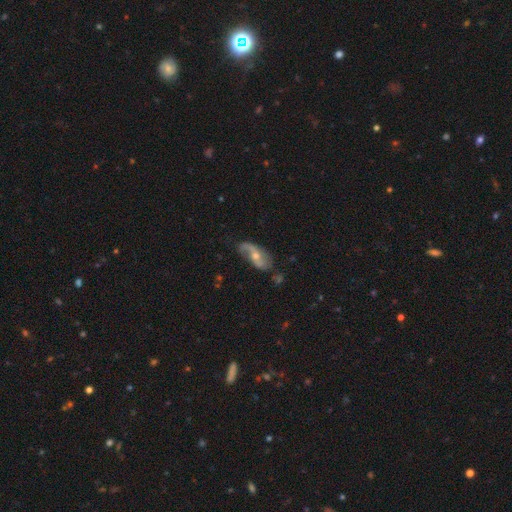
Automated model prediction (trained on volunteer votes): A featured or disk galaxy (76%) with no bar (51%), 2 (84%) loose (72%) spiral arms (89%) and a moderate central bulge (56%).

Vote fractions:
- Smooth or featured? featured or disk: 76% / smooth: 18% / star or artifact: 6%
- Edge-on disk? no: 93% / yes: 7%
- Bar? no: 51% / weak: 34% / strong: 15%
- Spiral arms? yes: 89% / no: 11%
- Spiral winding? loose: 72% / medium: 21% / tight: 7%
- Spiral arm count? 2: 84% / 1: 9% / can't tell: 5% / 3: 1% / 4: 1% / more than 4: 1%
- Bulge size? moderate: 56% / small: 39% / large: 2% / none: 2% / dominant: 1%
- Merging? none: 61% / minor disturbance: 24% / major disturbance: 11% / merger: 3%